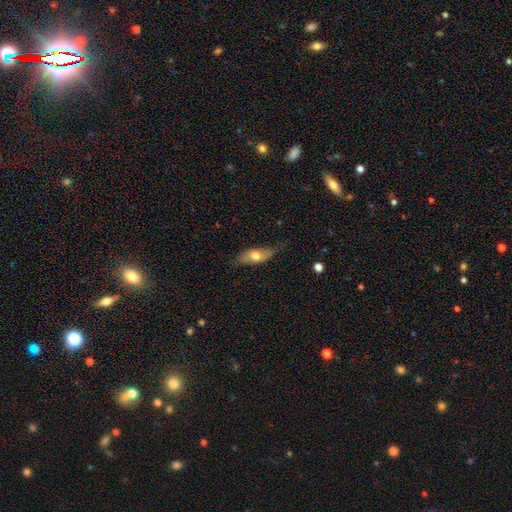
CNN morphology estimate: A smooth galaxy with no disk features (62%) that is in between round and cigar-shaped (74%).

Vote fractions:
- Smooth or featured? smooth: 62% / featured or disk: 32% / star or artifact: 6%
- How rounded? in between: 74% / cigar-shaped: 22% / round: 4%
- Merging? none: 74% / minor disturbance: 21% / major disturbance: 4% / merger: 1%